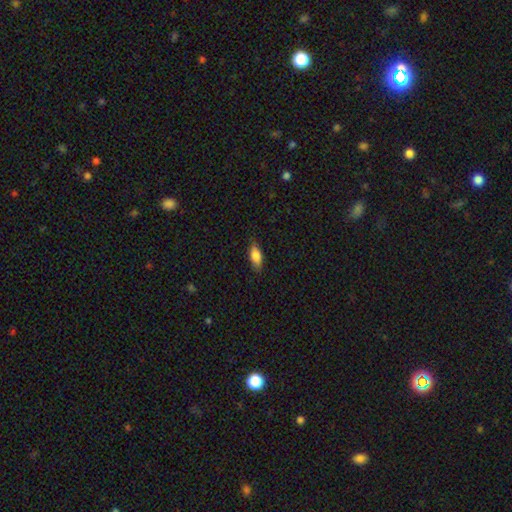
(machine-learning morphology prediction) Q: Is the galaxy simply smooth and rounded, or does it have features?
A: smooth — 80%.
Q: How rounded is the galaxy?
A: in between — 78%.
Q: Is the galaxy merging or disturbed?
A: none — 82%.